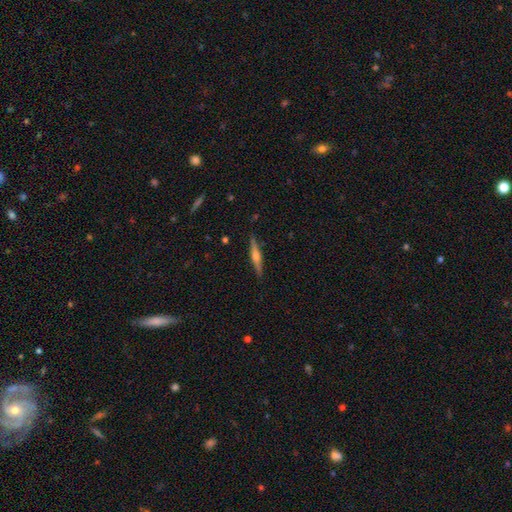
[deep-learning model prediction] The model was most divided on "smooth or featured": featured or disk: 68%, smooth: 26%, star or artifact: 6%. More confident: edge-on disk — yes (98%); merging — none (90%); edge-on bulge — rounded (82%).